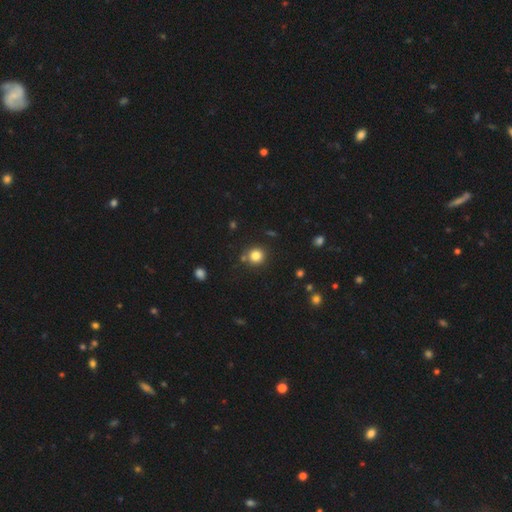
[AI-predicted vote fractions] smooth_or_featured: smooth (p=0.81) [alt: star or artifact p=0.13]
how_rounded: round (p=0.92) [alt: in between p=0.08]
merging: none (p=0.81) [alt: minor disturbance p=0.08]